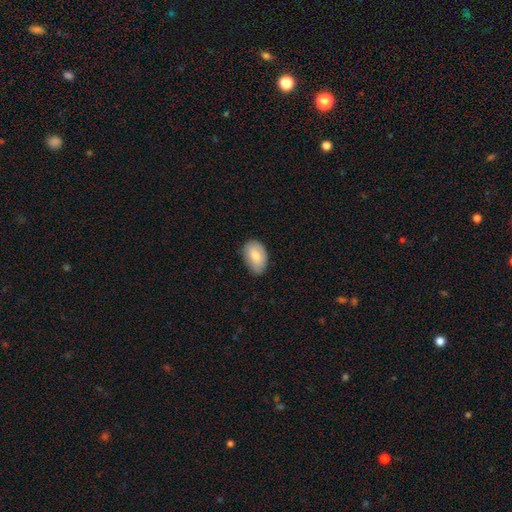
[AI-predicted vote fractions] Smooth or featured? Predicted: smooth (p=0.80). How rounded? Predicted: in between (p=0.90). Merging? Predicted: none (p=0.75).